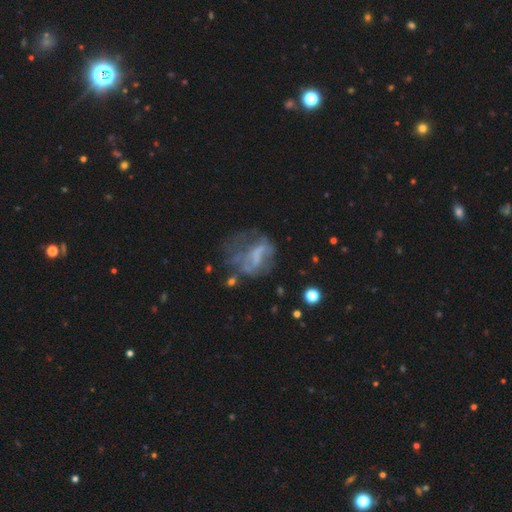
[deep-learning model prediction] smooth-or-featured: featured or disk: 55% | smooth: 28% | star or artifact: 17%
  disk-edge-on: no: 96% | yes: 4%
    bar: no: 61% | weak: 24% | strong: 15%
    has-spiral-arms: no: 78% | yes: 22%
    bulge-size: none: 65% | small: 16% | moderate: 13% | large: 4% | dominant: 1%
  merging: major disturbance: 40% | none: 33% | minor disturbance: 20% | merger: 8%